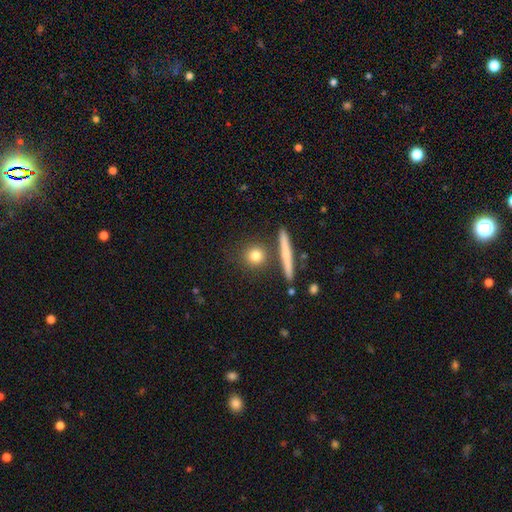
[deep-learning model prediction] smooth-or-featured: smooth: 79% | featured or disk: 12% | star or artifact: 9%
  how-rounded: round: 82% | in between: 10% | cigar-shaped: 8%
  merging: none: 81% | minor disturbance: 8% | merger: 8% | major disturbance: 3%